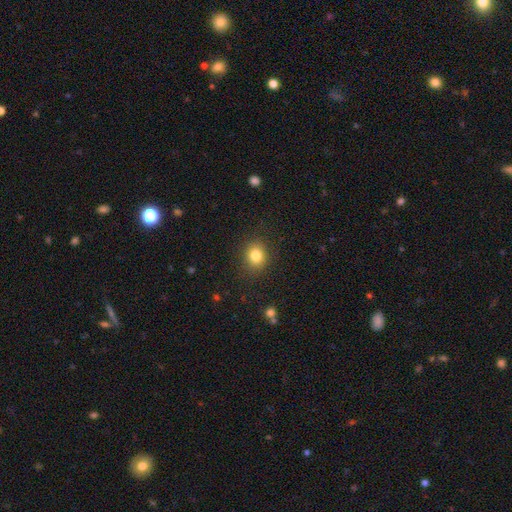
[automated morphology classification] smooth_or_featured: smooth (p=0.82) [alt: star or artifact p=0.11]
how_rounded: round (p=0.70) [alt: in between p=0.30]
merging: none (p=0.87) [alt: minor disturbance p=0.09]